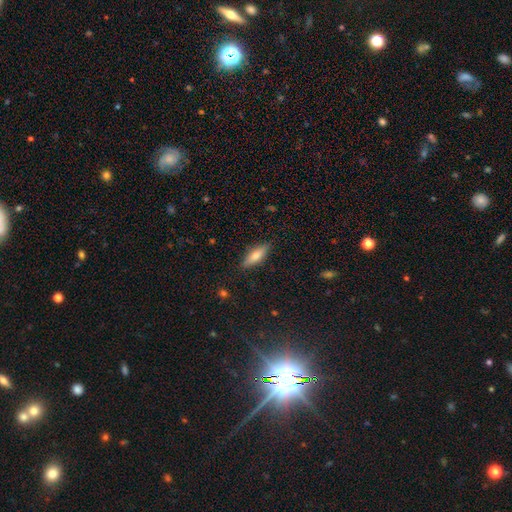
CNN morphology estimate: This is likely a smooth galaxy (70%). How rounded: possibly in between (55%). Merging: clearly none (86%).